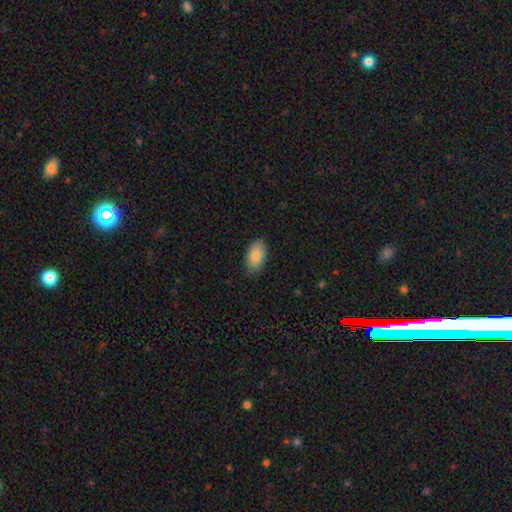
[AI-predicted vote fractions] Overall: smooth (86%). How rounded: in between (94%). Merging: none (83%).